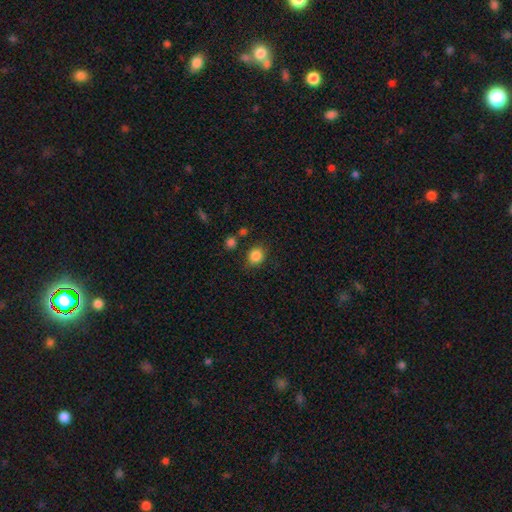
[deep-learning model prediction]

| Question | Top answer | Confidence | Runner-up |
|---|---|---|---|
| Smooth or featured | smooth | 85% | star or artifact (11%) |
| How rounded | round | 71% | in between (29%) |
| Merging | none | 78% | minor disturbance (13%) |